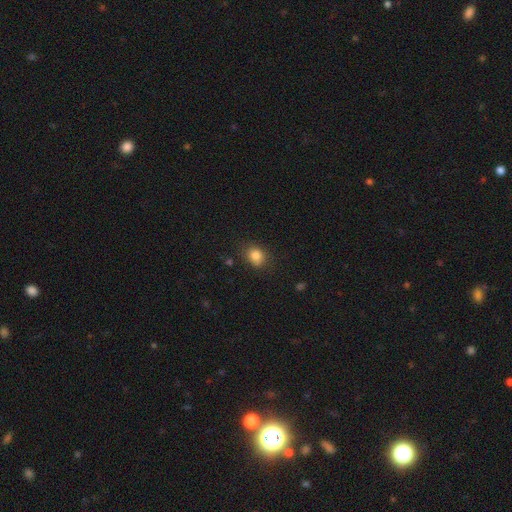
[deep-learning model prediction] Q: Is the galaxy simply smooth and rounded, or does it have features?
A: smooth — 83%.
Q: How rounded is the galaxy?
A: round — 60%.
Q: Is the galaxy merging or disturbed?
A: none — 76%.